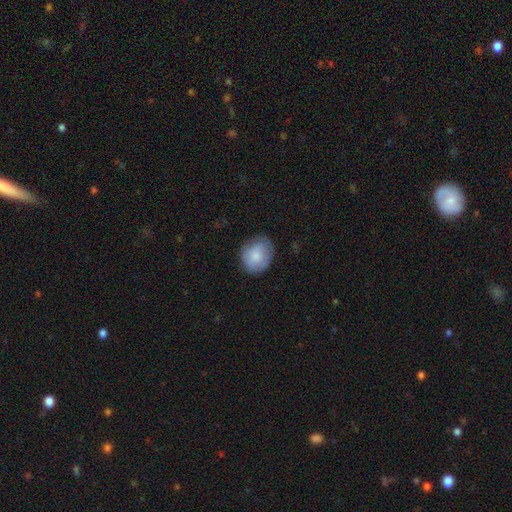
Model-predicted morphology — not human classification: Smooth or featured? Predicted: smooth (p=0.78). How rounded? Predicted: round (p=0.62). Merging? Predicted: none (p=0.73).